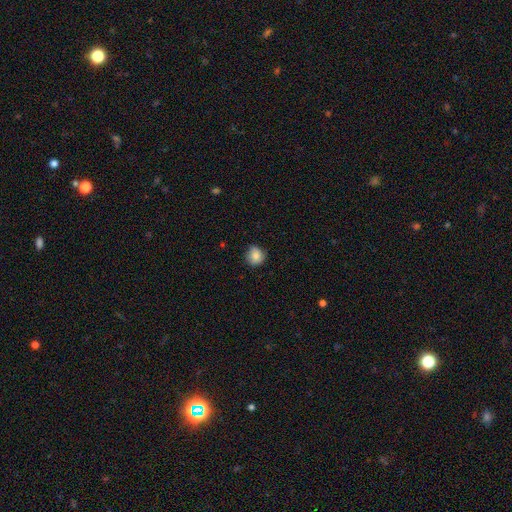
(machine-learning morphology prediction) Smooth or featured: smooth — 84% (star or artifact — 9%)
How rounded: round — 85% (in between — 14%)
Merging: none — 76% (minor disturbance — 19%)